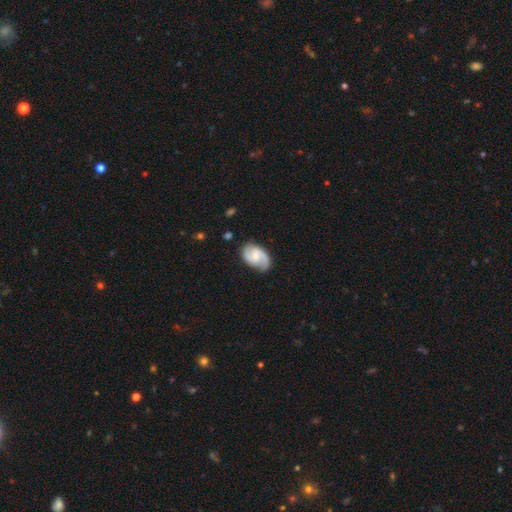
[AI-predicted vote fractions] Morphology: type=featured or disk (79%); edge-on=no (97%); bar=no (48%); spiral arms=yes (96%); winding=medium (49%); arm count=2 (88%); bulge=small (52%); merging=none (77%).